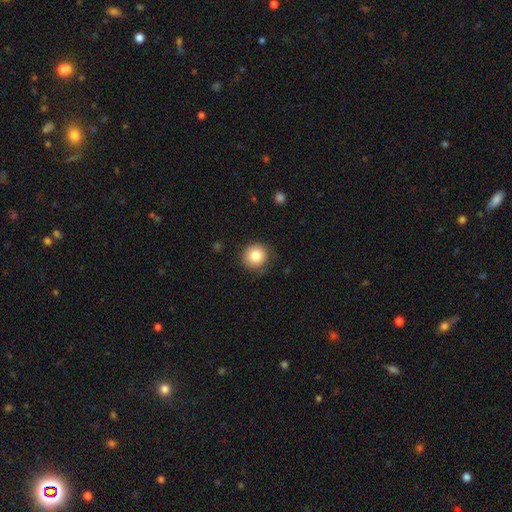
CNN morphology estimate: smooth-or-featured: smooth: 82% | star or artifact: 10% | featured or disk: 8%
  how-rounded: round: 93% | in between: 6% | cigar-shaped: 1%
  merging: none: 85% | minor disturbance: 11% | major disturbance: 3% | merger: 1%